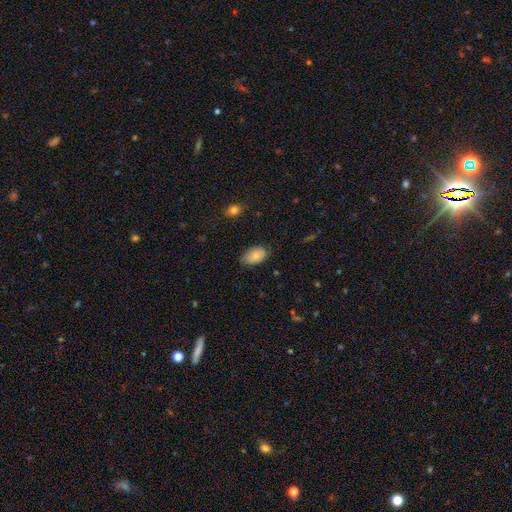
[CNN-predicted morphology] smooth 77%, featured or disk 15%, star or artifact 7%. Down the decision tree: how rounded — in between (92%); merging — none (72%).